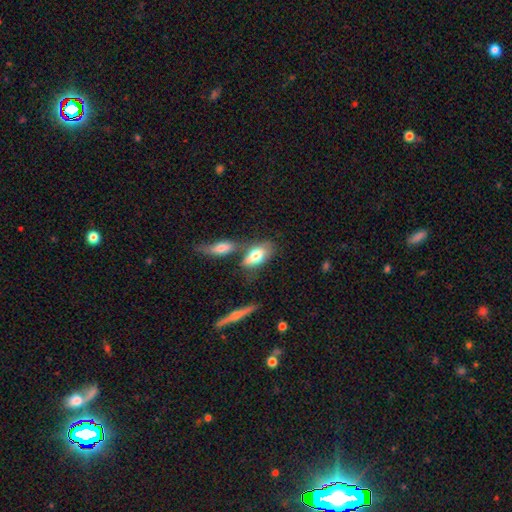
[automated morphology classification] A smooth galaxy with no disk features (72%) that is in between round and cigar-shaped (87%). Merging: none (47%).